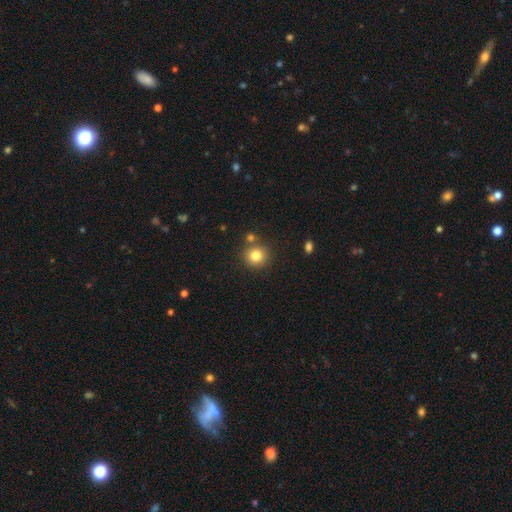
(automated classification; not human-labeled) Smooth or featured: smooth — 82% (star or artifact — 11%)
How rounded: round — 91% (in between — 8%)
Merging: none — 78% (merger — 11%)